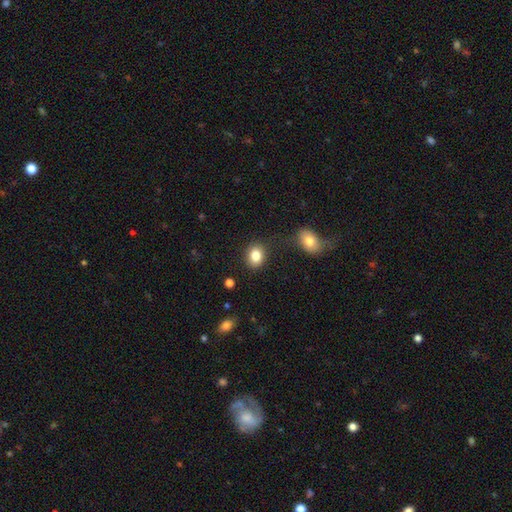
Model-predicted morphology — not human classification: Overall: smooth (83%). How rounded: in between (50%; round 49%). Merging: none (82%).